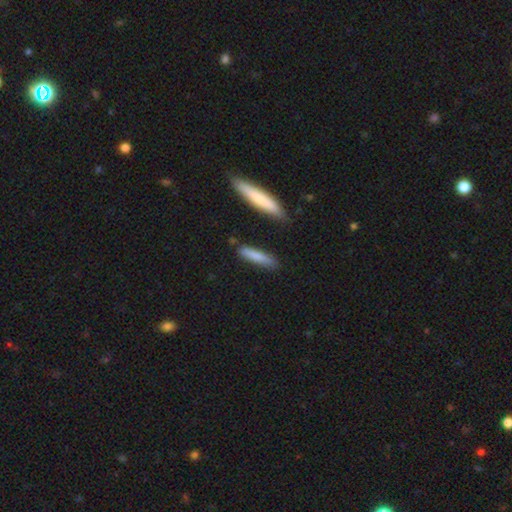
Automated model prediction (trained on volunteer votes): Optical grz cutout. It shows a smooth galaxy with no disk features (80%) that is cigar-shaped (84%). Merging: none (81%).